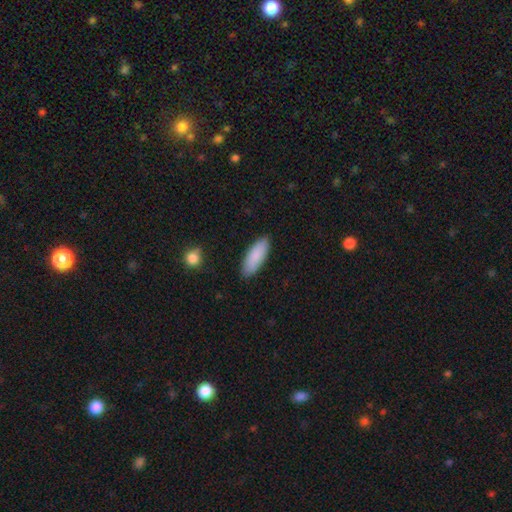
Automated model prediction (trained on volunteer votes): Overall: smooth (87%). How rounded: in between (69%). Merging: none (87%).